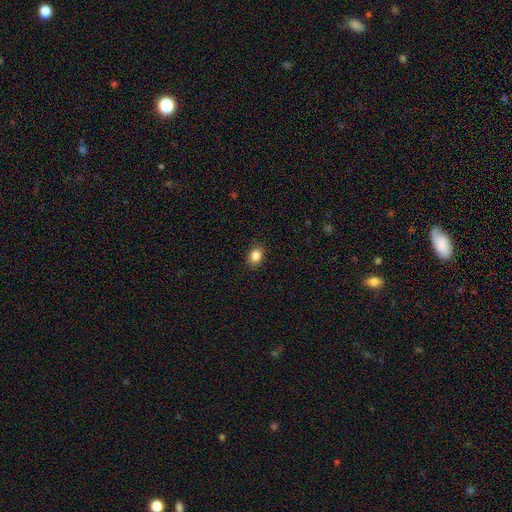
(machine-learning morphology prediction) Smooth or featured?
  - smooth: 86% *
  - star or artifact: 10%
  - featured or disk: 4%
How rounded?
  - in between: 61% *
  - round: 38%
  - cigar-shaped: 1%
Merging?
  - none: 89% *
  - minor disturbance: 8%
  - major disturbance: 2%
  - merger: 1%